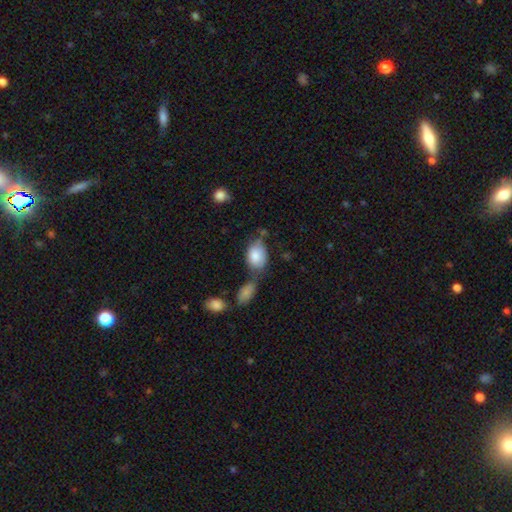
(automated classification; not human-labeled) A smooth galaxy with no disk features (82%) that is in between round and cigar-shaped (80%). Merging: none (43%).